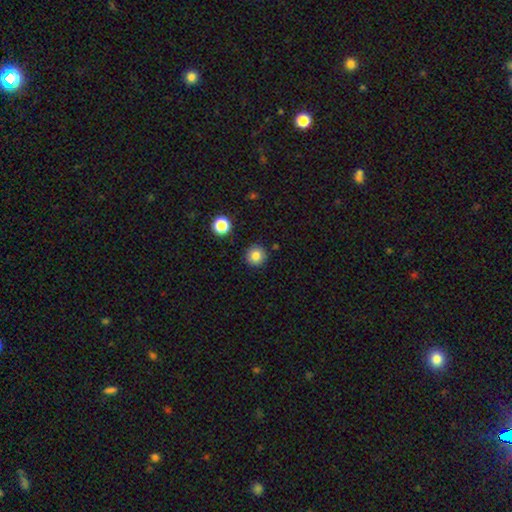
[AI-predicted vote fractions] A smooth galaxy with no disk features (83%) that is round (94%). Merging: none (89%).